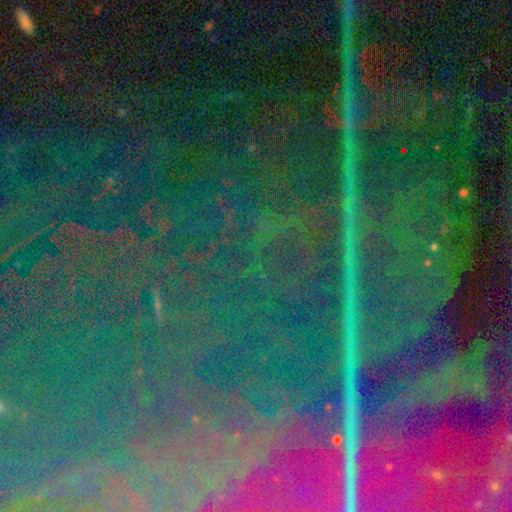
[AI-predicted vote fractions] Q: Smooth or featured?
A: star or artifact (86%); runner-up: featured or disk (8%)